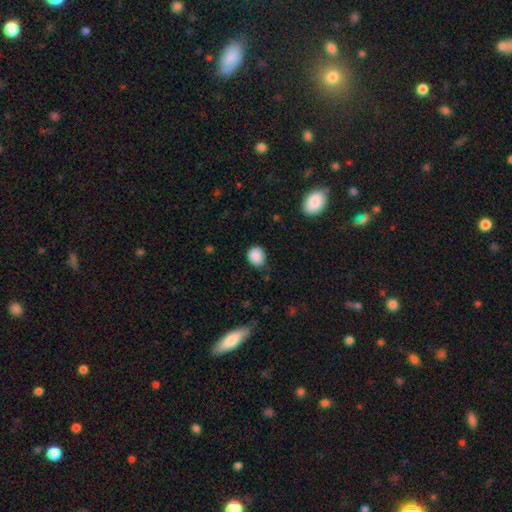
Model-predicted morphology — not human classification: Smooth or featured: smooth — 88% (star or artifact — 9%)
How rounded: round — 56% (in between — 44%)
Merging: none — 69% (minor disturbance — 25%)